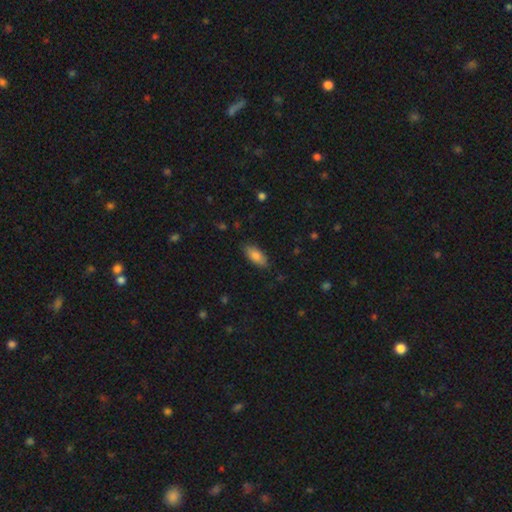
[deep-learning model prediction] smooth_or_featured: smooth (p=0.83) [alt: featured or disk p=0.11]
how_rounded: in between (p=0.87) [alt: cigar-shaped p=0.11]
merging: none (p=0.84) [alt: minor disturbance p=0.12]